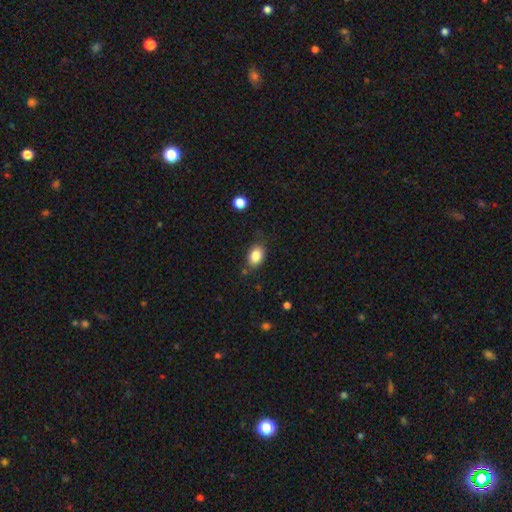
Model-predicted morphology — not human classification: This is clearly a smooth galaxy (85%). How rounded: likely in between (77%). Merging: likely none (77%).